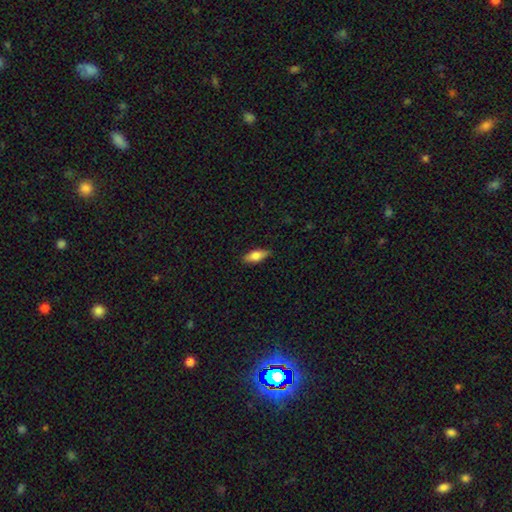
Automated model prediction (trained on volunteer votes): Smooth or featured: smooth — 76% (featured or disk — 18%)
How rounded: in between — 74% (cigar-shaped — 24%)
Merging: none — 87% (minor disturbance — 10%)